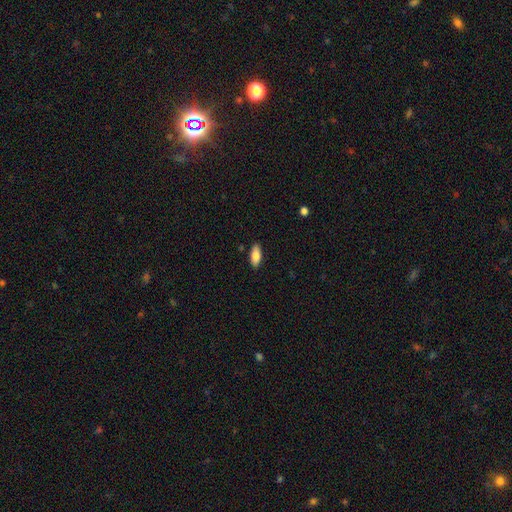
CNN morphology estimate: The model was most divided on "how rounded": in between: 82%, cigar-shaped: 15%, round: 2%. More confident: merging — none (89%); smooth or featured — smooth (83%).